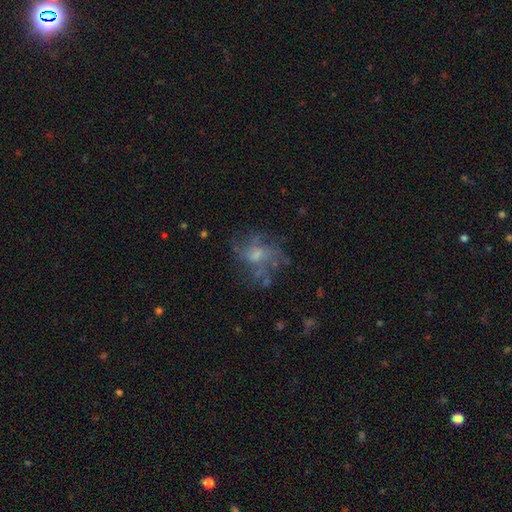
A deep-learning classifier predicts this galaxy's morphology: This is likely a featured or disk galaxy (61%). It is clearly not viewed edge-on (97%). Bar: likely no (72%). Spiral arm pattern: likely yes (62%). Central bulge: marginally moderate (42%). Merging: possibly none (59%).